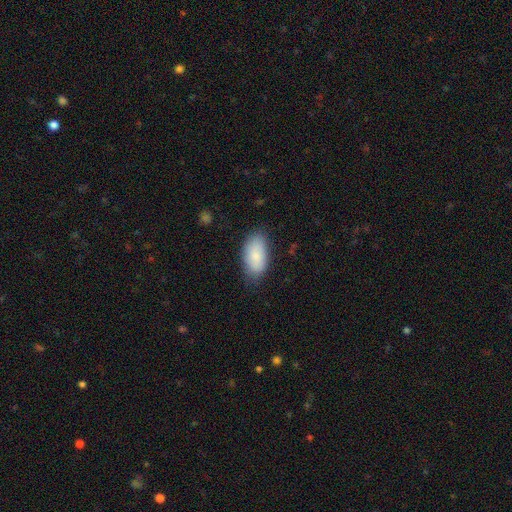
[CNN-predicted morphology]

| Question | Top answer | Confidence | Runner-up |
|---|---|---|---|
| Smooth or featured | smooth | 86% | featured or disk (8%) |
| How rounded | in between | 94% | cigar-shaped (4%) |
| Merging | none | 78% | minor disturbance (18%) |